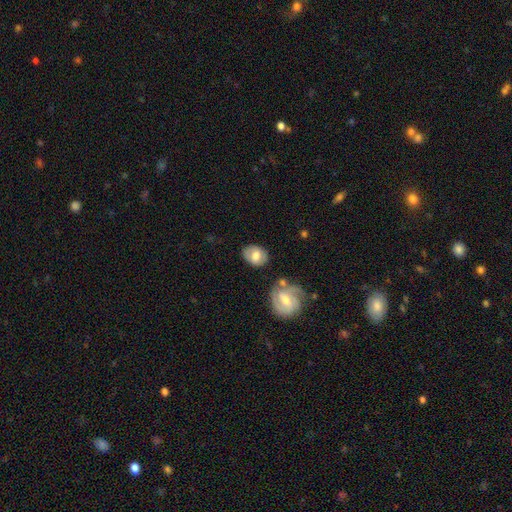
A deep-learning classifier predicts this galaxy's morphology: This appears to be a smooth galaxy with no disk features (61%) that is in between round and cigar-shaped (56%). Merging: none (73%).